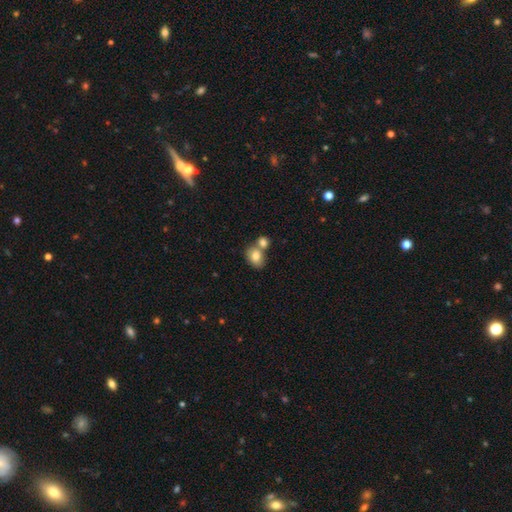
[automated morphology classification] type=smooth (80%); roundness=in between (63%); merging=merger (48%).